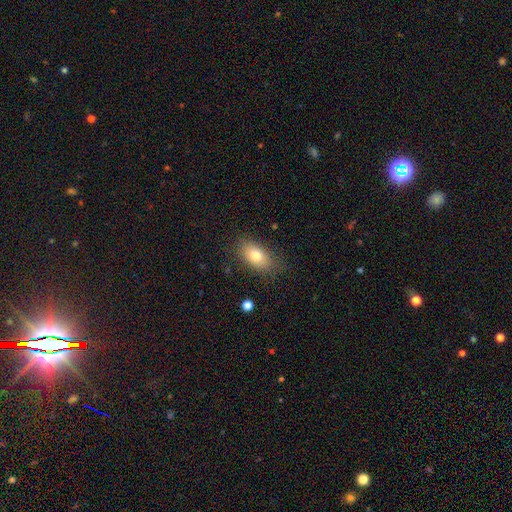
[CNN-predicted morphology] A smooth galaxy with no disk features (77%) that is in between round and cigar-shaped (88%). Merging: none (82%).